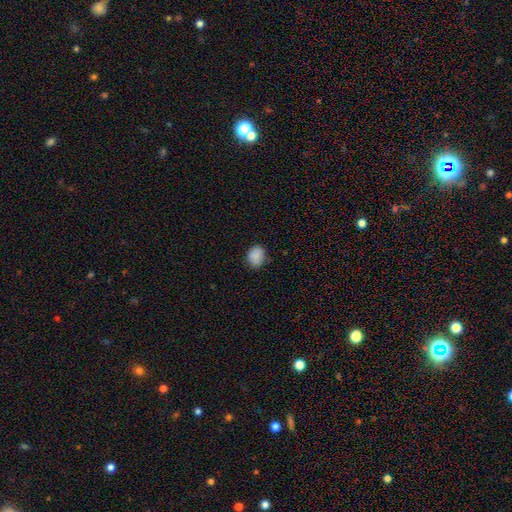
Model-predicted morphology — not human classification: The model was most divided on "how rounded": in between: 55%, round: 44%, cigar-shaped: 1%. More confident: smooth or featured — smooth (87%); merging — none (77%).